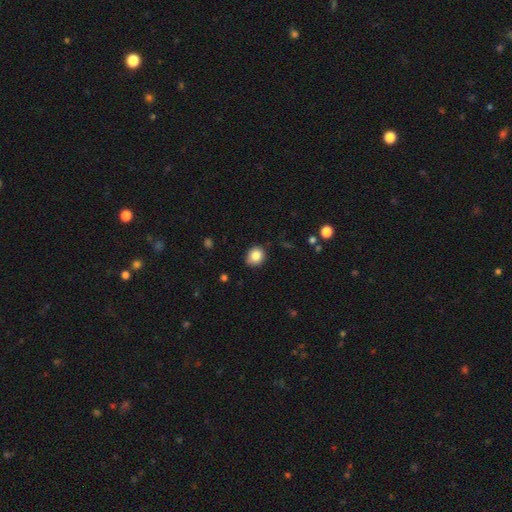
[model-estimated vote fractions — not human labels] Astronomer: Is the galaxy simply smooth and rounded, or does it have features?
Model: smooth — 85%.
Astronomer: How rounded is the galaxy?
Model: round — 75%.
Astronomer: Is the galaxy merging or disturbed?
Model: none — 83%.